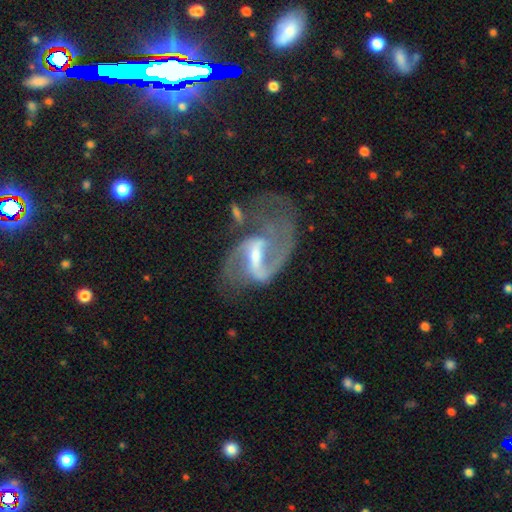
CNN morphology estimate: Smooth or featured? featured or disk (89%)
Edge-on disk? no (97%)
Bar? strong (56%)
Spiral arms? yes (95%)
Spiral winding? medium (47%)
Spiral arm count? 2 (85%)
Bulge size? small (47%)
Merging? none (43%)